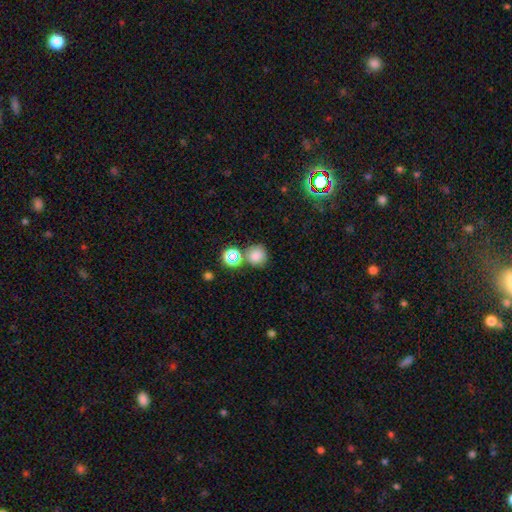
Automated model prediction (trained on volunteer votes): smooth_or_featured: smooth (p=0.79) [alt: star or artifact p=0.15]
how_rounded: round (p=0.87) [alt: in between p=0.12]
merging: none (p=0.66) [alt: merger p=0.20]